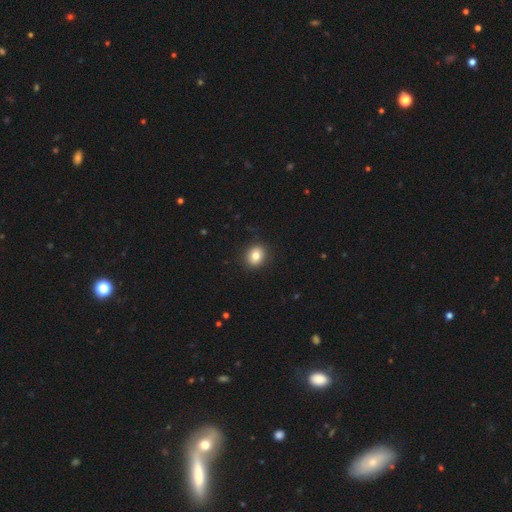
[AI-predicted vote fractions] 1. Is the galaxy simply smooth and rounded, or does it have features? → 81% smooth, 10% star or artifact, 9% featured or disk.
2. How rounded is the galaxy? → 68% round, 31% in between, 1% cigar-shaped.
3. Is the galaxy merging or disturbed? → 90% none, 7% minor disturbance, 2% major disturbance, 1% merger.